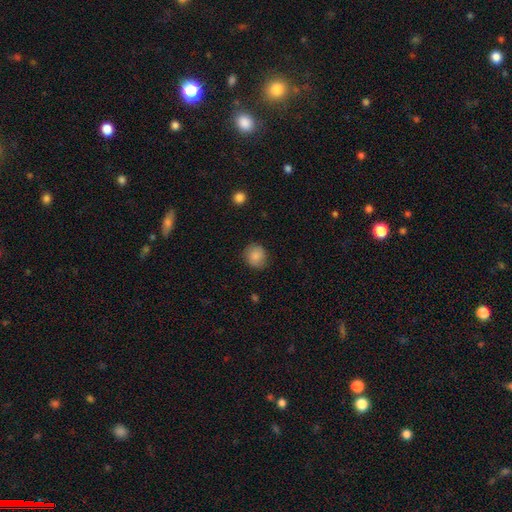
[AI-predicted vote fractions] smooth 83%, featured or disk 9%, star or artifact 8%. Down the decision tree: how rounded — round (85%); merging — none (84%).